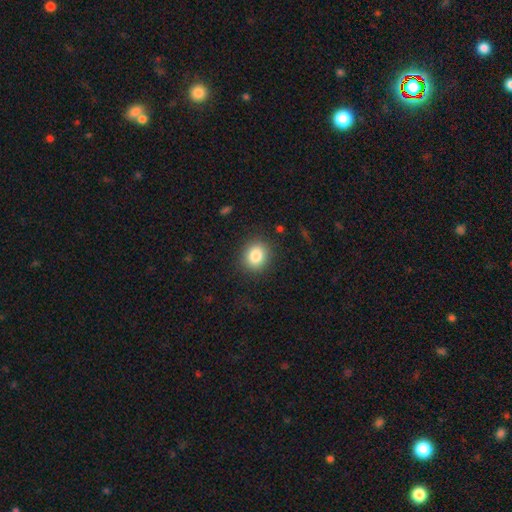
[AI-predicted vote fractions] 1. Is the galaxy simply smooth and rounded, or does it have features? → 84% smooth, 10% star or artifact, 7% featured or disk.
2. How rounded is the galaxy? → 73% round, 26% in between, 1% cigar-shaped.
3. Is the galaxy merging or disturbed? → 87% none, 8% minor disturbance, 3% major disturbance, 1% merger.